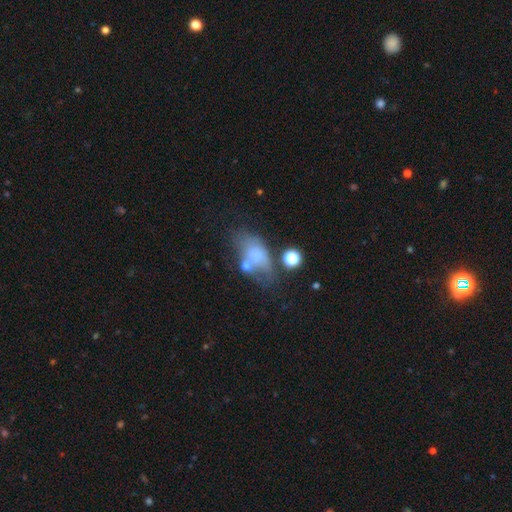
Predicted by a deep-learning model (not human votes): The model was most divided on "merging": none: 30%, major disturbance: 25%, minor disturbance: 24%, merger: 21%. More confident: how rounded — in between (84%); smooth or featured — smooth (60%).